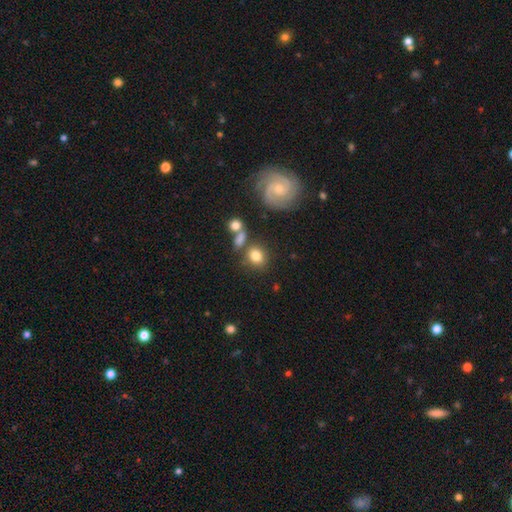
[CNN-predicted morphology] Smooth or featured?
  - smooth: 76% *
  - featured or disk: 14%
  - star or artifact: 10%
How rounded?
  - round: 65% *
  - in between: 33%
  - cigar-shaped: 1%
Merging?
  - none: 65% *
  - minor disturbance: 14%
  - merger: 14%
  - major disturbance: 7%